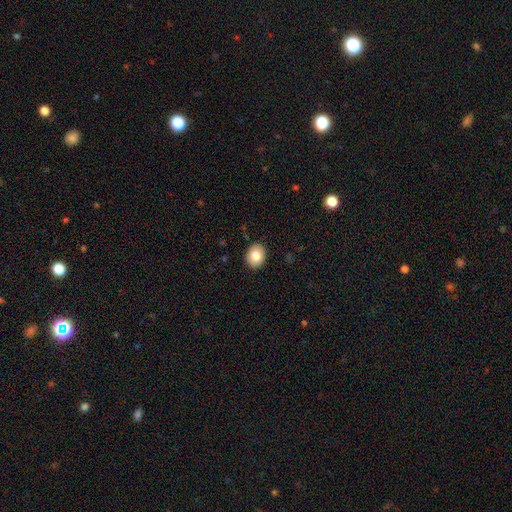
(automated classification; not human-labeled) A smooth galaxy with no disk features (83%) that is round (52%). Merging: none (90%).